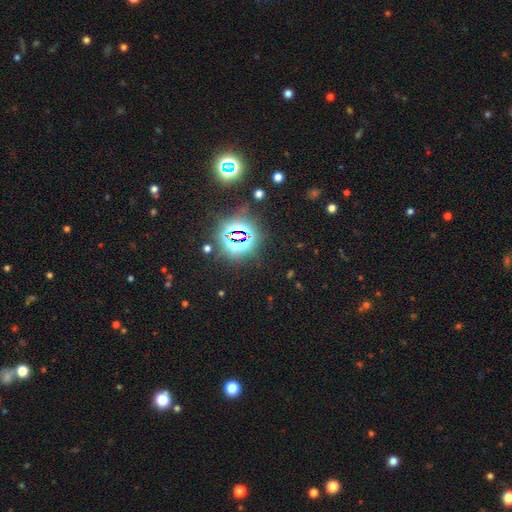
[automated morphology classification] A star or artifact, not a galaxy (85%).

Vote fractions:
- Smooth or featured? star or artifact: 85% / smooth: 9% / featured or disk: 6%